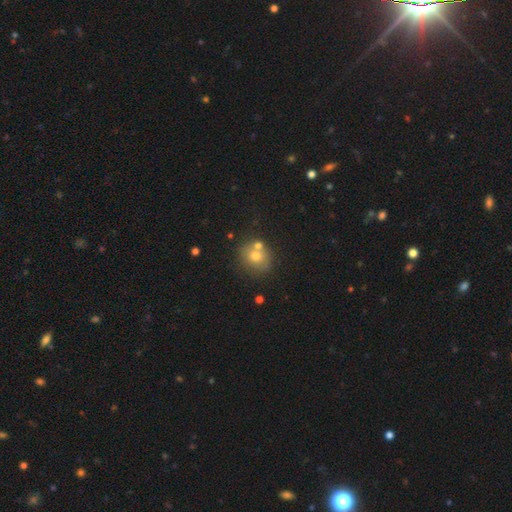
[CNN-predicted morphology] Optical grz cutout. It shows a smooth galaxy with no disk features (69%) that is round (81%). Merging: none (59%).